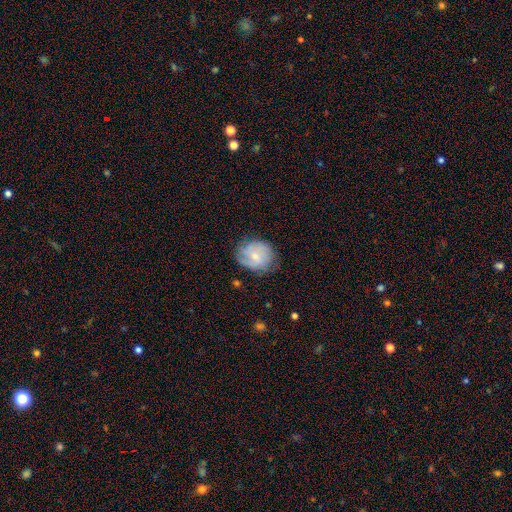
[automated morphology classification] A featured or disk galaxy (49%). Merging: none (67%).